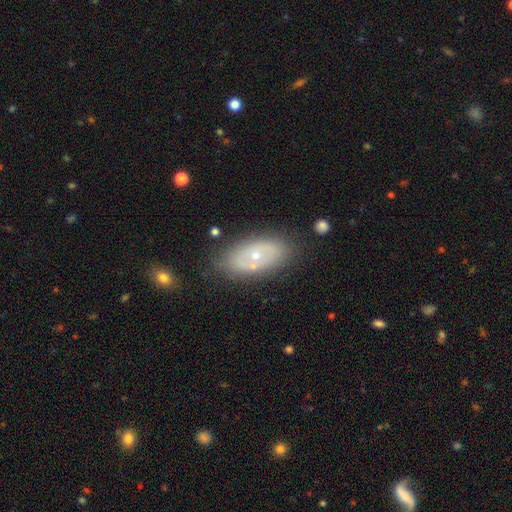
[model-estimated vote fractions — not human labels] Overall: featured or disk (52%; smooth 40%). Edge-on disk: no (89%). Merging: none (76%).